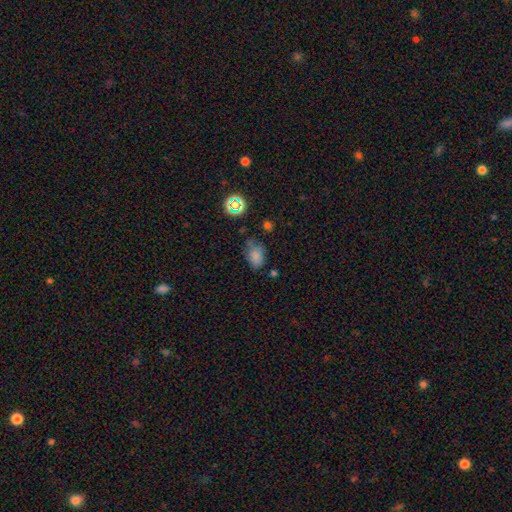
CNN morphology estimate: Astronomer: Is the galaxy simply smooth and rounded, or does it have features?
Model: smooth — 74%.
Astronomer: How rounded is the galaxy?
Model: in between — 82%.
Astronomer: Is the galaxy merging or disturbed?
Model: none — 57%.